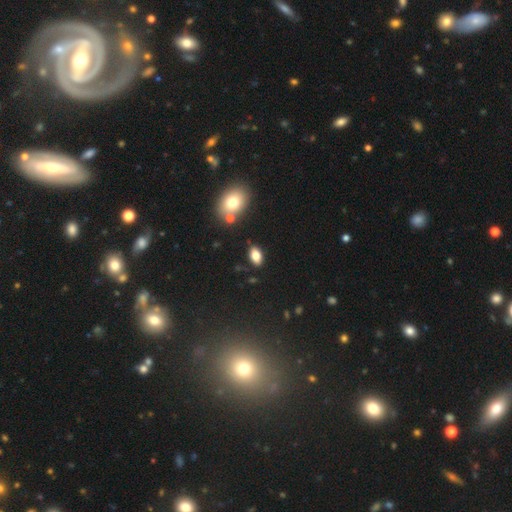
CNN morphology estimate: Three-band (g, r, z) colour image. It shows a smooth galaxy with no disk features (79%) that is in between round and cigar-shaped (91%). Merging: none (84%).